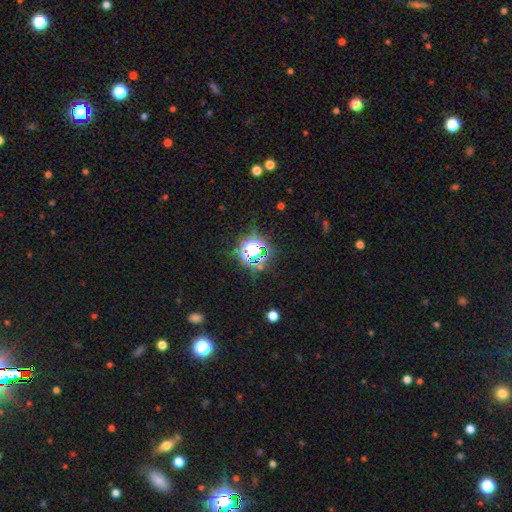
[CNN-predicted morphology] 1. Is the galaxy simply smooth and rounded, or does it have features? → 75% star or artifact, 16% smooth, 9% featured or disk.